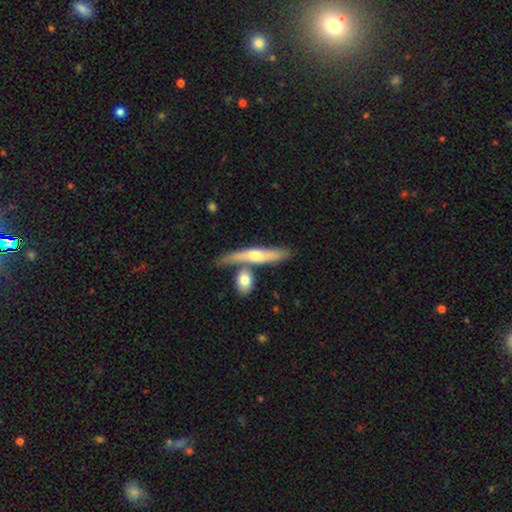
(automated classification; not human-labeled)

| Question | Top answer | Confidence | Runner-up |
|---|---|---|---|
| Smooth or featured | featured or disk | 52% | smooth (42%) |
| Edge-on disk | yes | 87% | no (13%) |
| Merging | none | 58% | merger (22%) |